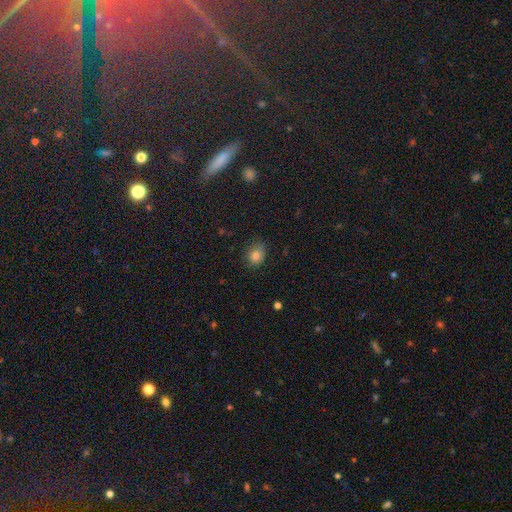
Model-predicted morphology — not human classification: Overall: smooth (80%). How rounded: round (52%; in between 47%). Merging: none (75%).